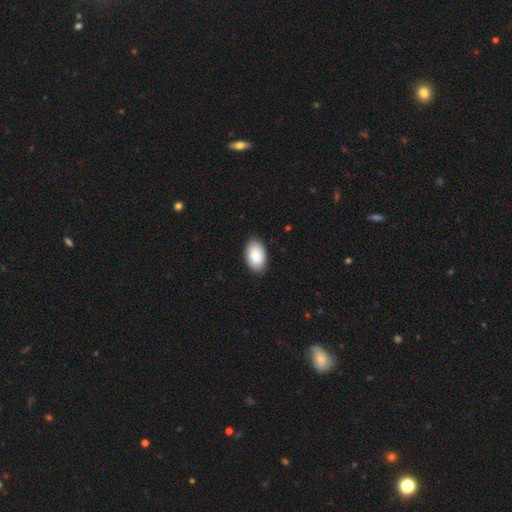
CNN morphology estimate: A smooth galaxy with no disk features (86%) that is in between round and cigar-shaped (93%).

Vote fractions:
- Smooth or featured? smooth: 86% / featured or disk: 8% / star or artifact: 6%
- How rounded? in between: 93% / round: 6% / cigar-shaped: 1%
- Merging? none: 87% / minor disturbance: 10% / major disturbance: 2% / merger: 1%